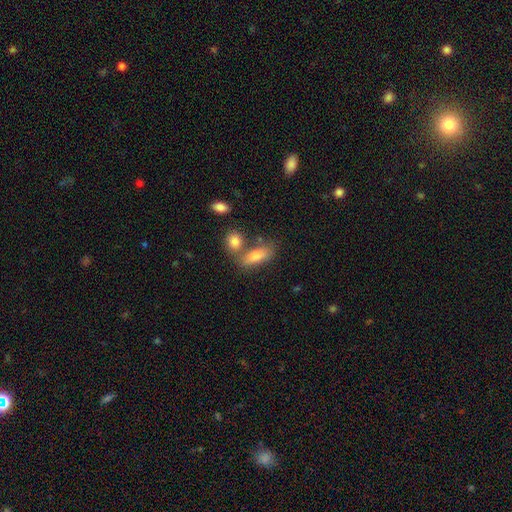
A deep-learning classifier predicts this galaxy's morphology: smooth 76%, featured or disk 15%, star or artifact 9%. Down the decision tree: how rounded — in between (74%); merging — none (49%).